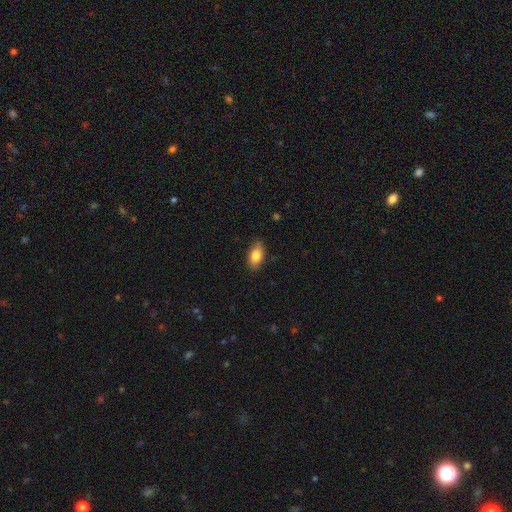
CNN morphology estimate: Smooth or featured: smooth — 83% (featured or disk — 10%)
How rounded: in between — 91% (round — 6%)
Merging: none — 84% (minor disturbance — 12%)